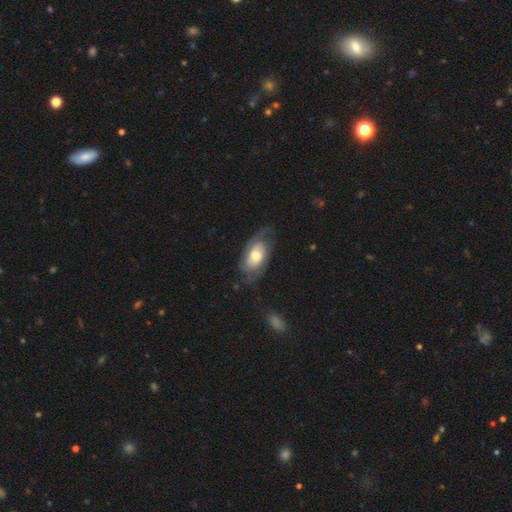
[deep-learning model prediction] Overall: featured or disk (57%; smooth 37%). Edge-on disk: no (92%). Bar: no (70%). Spiral arms: yes (79%). Bulge size: moderate (64%). Merging: none (56%; minor disturbance 25%).